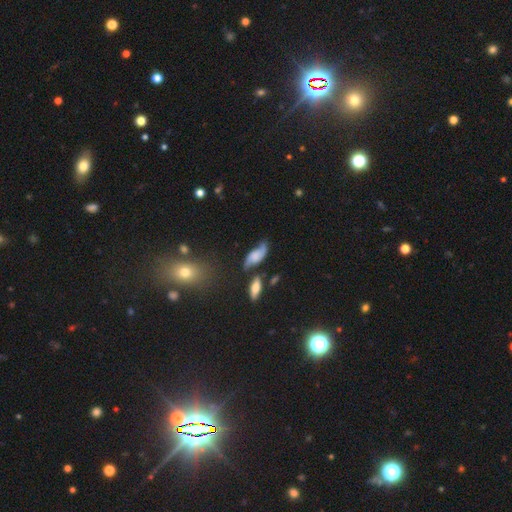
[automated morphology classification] type=featured or disk (58%); edge-on=no (89%); bar=no (64%); spiral arms=yes (89%); bulge=none (46%); merging=none (54%).